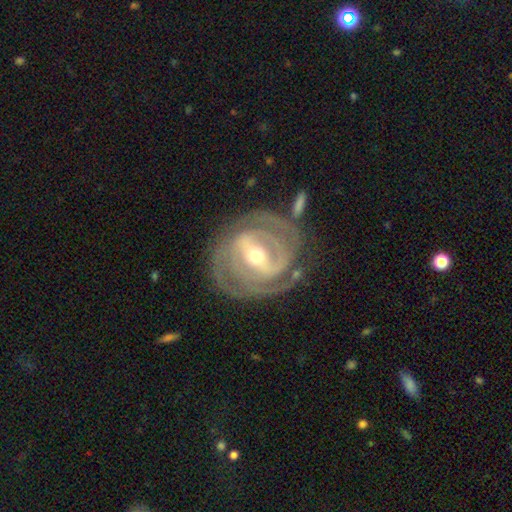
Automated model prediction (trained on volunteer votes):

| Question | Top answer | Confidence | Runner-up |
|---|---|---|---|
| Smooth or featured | featured or disk | 91% | smooth (5%) |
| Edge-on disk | no | 96% | yes (4%) |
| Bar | strong | 56% | weak (34%) |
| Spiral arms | yes | 96% | no (4%) |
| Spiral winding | tight | 72% | medium (23%) |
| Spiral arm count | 2 | 47% | 3 (23%) |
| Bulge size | moderate | 57% | small (39%) |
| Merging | none | 72% | minor disturbance (16%) |